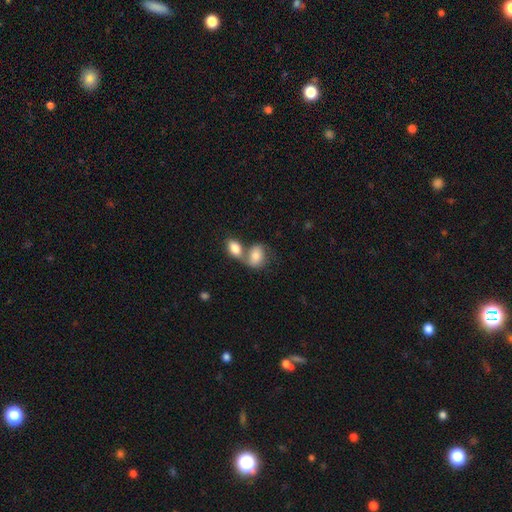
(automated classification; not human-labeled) Smooth or featured: smooth — 79% (featured or disk — 14%)
How rounded: in between — 79% (round — 19%)
Merging: merger — 66% (none — 21%)